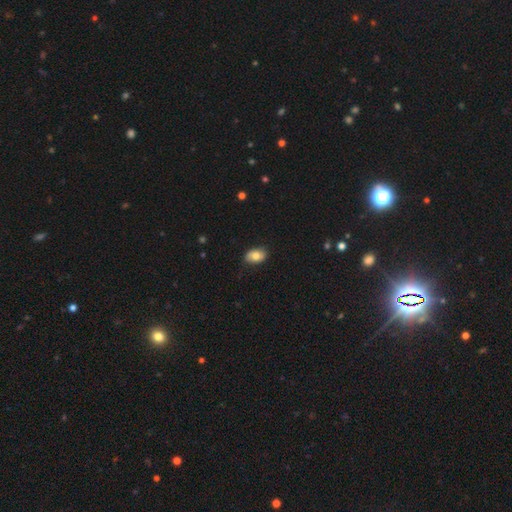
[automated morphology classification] Q: Smooth or featured?
A: smooth (77%); runner-up: featured or disk (16%)
Q: How rounded?
A: in between (88%); runner-up: round (11%)
Q: Merging?
A: none (81%); runner-up: minor disturbance (16%)